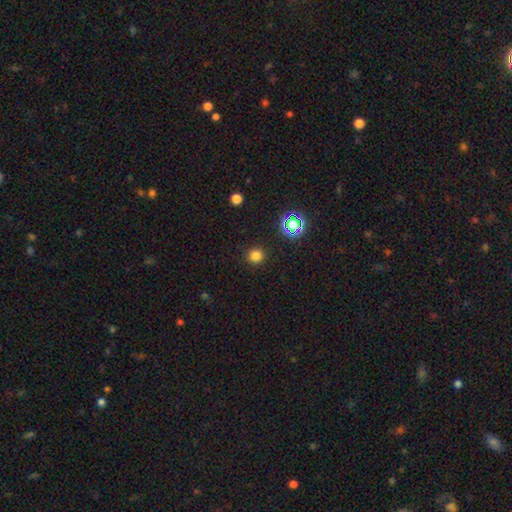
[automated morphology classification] Smooth or featured?
  - smooth: 78% *
  - star or artifact: 18%
  - featured or disk: 4%
How rounded?
  - round: 93% *
  - in between: 6%
  - cigar-shaped: 1%
Merging?
  - none: 91% *
  - minor disturbance: 5%
  - major disturbance: 2%
  - merger: 1%